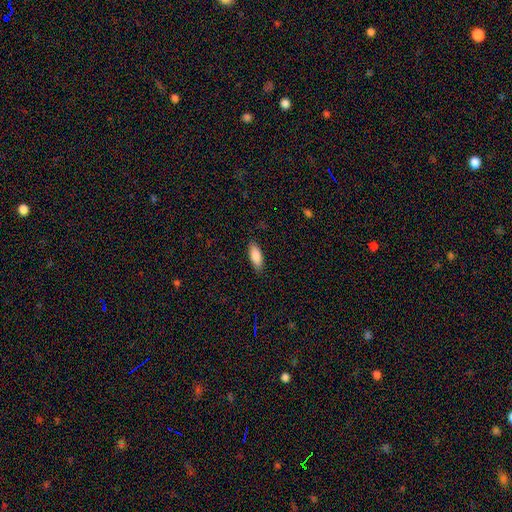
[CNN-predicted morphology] A smooth galaxy with no disk features (87%) that is in between round and cigar-shaped (78%).

Vote fractions:
- Smooth or featured? smooth: 87% / featured or disk: 7% / star or artifact: 6%
- How rounded? in between: 78% / cigar-shaped: 21% / round: 2%
- Merging? none: 87% / minor disturbance: 10% / major disturbance: 2% / merger: 1%